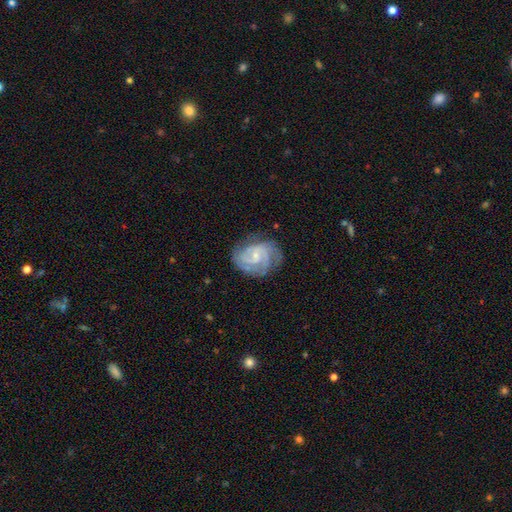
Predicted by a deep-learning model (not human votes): Smooth or featured? Predicted: featured or disk (p=0.83). Edge-on disk? Predicted: no (p=0.98). Bar? Predicted: no (p=0.49). Spiral arms? Predicted: yes (p=0.95). Spiral winding? Predicted: tight (p=0.54). Spiral arm count? Predicted: 2 (p=0.35). Bulge size? Predicted: small (p=0.69). Merging? Predicted: none (p=0.69).